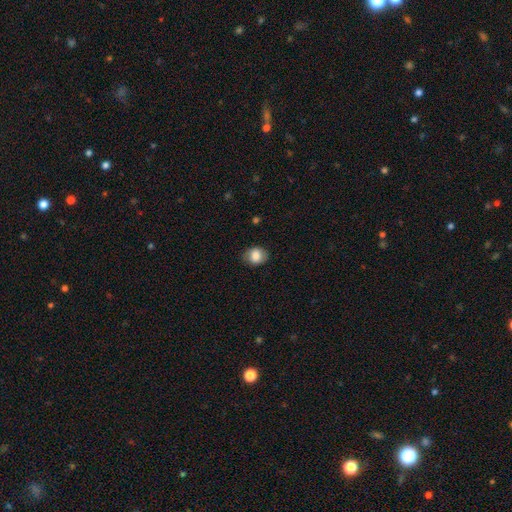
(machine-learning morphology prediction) The model was most divided on "how rounded": round: 54%, in between: 45%, cigar-shaped: 1%. More confident: smooth or featured — smooth (83%); merging — none (81%).